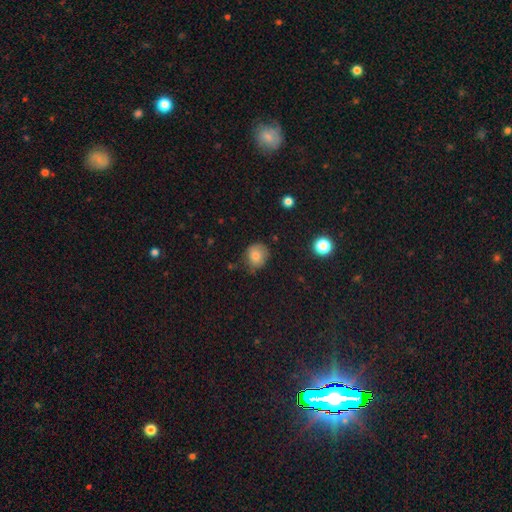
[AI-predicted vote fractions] The model was most divided on "merging": none: 67%, minor disturbance: 26%, major disturbance: 5%, merger: 2%. More confident: smooth or featured — smooth (78%); how rounded — round (76%).